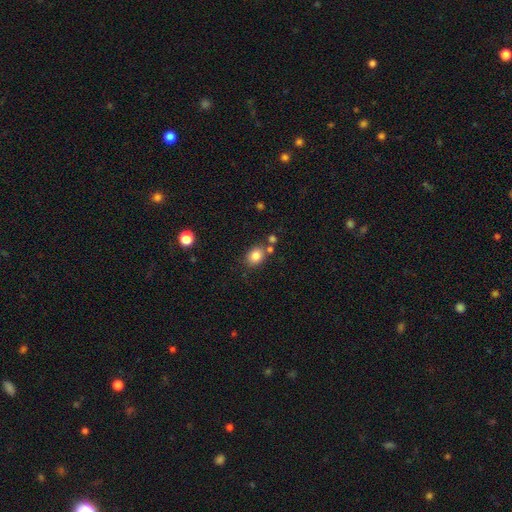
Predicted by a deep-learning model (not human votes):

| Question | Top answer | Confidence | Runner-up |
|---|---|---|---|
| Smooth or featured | smooth | 83% | star or artifact (10%) |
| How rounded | round | 51% | in between (48%) |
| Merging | none | 73% | minor disturbance (12%) |